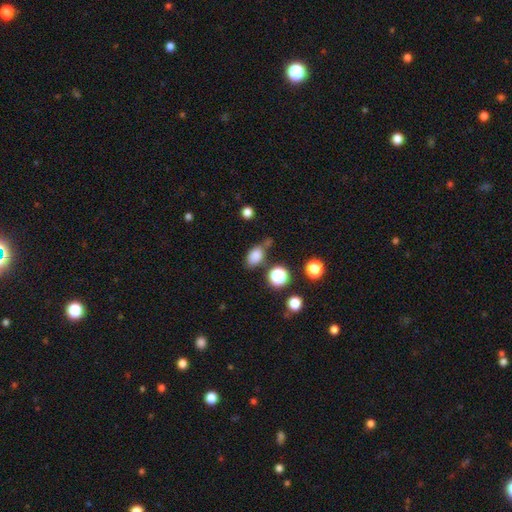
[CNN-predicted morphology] Smooth or featured? smooth (82%)
How rounded? in between (80%)
Merging? none (62%)